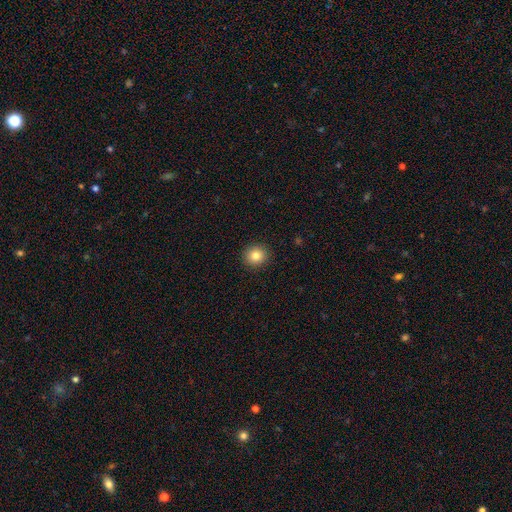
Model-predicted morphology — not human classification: Overall: smooth (83%). How rounded: round (90%). Merging: none (92%).